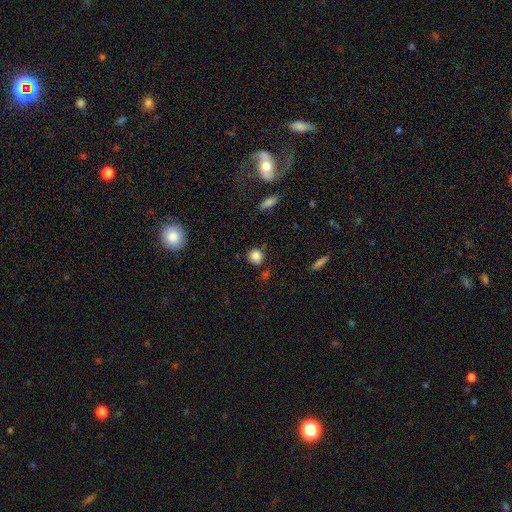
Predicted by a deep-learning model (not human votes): The model was most divided on "how rounded": round: 81%, in between: 18%, cigar-shaped: 1%. More confident: smooth or featured — smooth (84%); merging — none (78%).